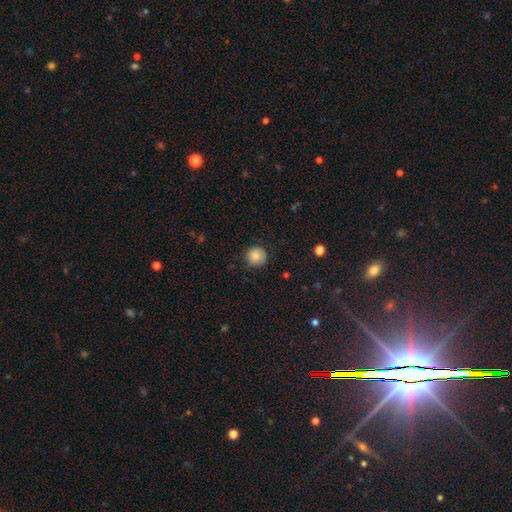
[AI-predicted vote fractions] Smooth or featured? smooth (86%)
How rounded? round (92%)
Merging? none (82%)